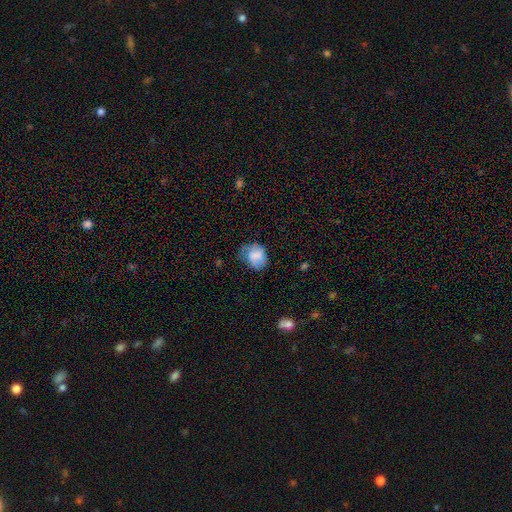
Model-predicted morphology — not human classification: Smooth or featured?
  - smooth: 72% *
  - featured or disk: 19%
  - star or artifact: 8%
How rounded?
  - in between: 53% *
  - round: 46%
  - cigar-shaped: 1%
Merging?
  - none: 43% *
  - minor disturbance: 36%
  - major disturbance: 18%
  - merger: 2%